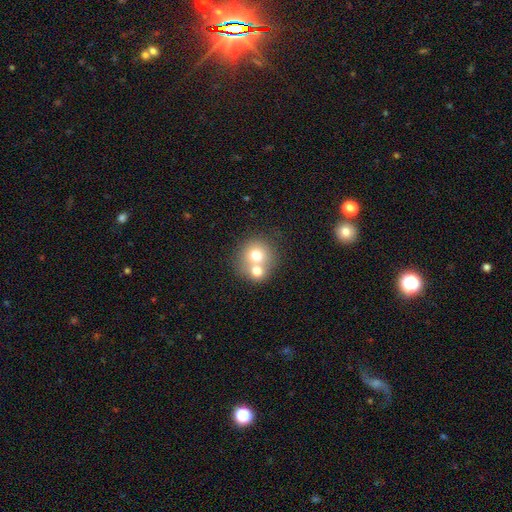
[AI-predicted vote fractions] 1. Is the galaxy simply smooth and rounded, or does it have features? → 69% smooth, 21% featured or disk, 10% star or artifact.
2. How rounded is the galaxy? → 85% round, 14% in between, 1% cigar-shaped.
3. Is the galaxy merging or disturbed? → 60% merger, 33% none, 5% minor disturbance, 2% major disturbance.